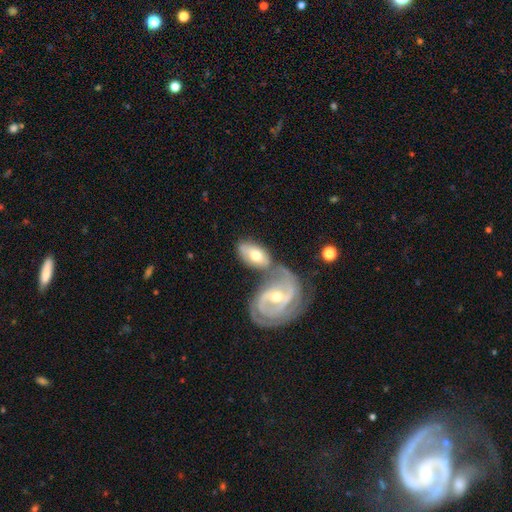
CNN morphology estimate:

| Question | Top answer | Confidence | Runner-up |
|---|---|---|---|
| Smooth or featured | featured or disk | 52% | smooth (43%) |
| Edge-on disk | no | 91% | yes (9%) |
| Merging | merger | 46% | none (33%) |